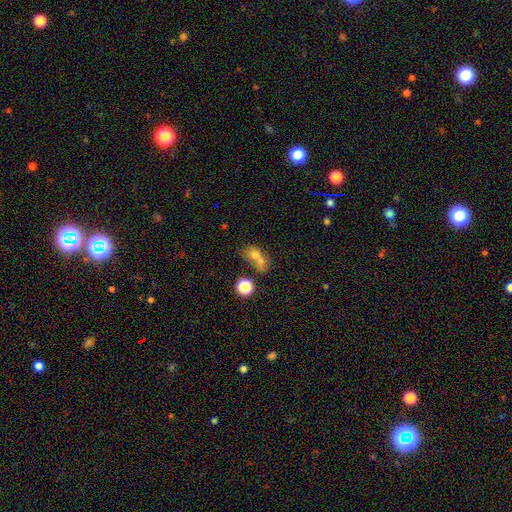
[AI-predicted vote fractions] A smooth galaxy with no disk features (65%) that is round (52%). Merging: merger (60%).